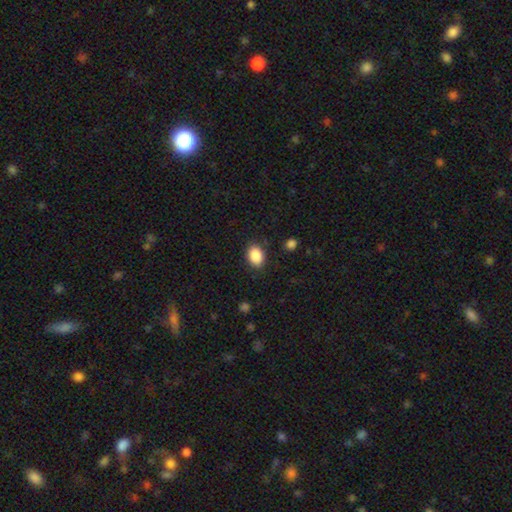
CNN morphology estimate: Overall: smooth (89%). How rounded: in between (76%). Merging: none (86%).